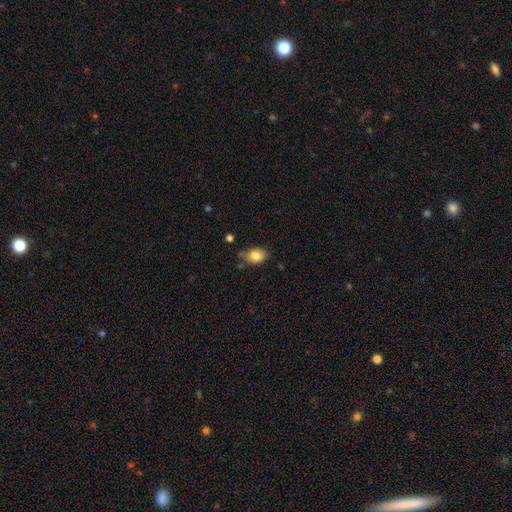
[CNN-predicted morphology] Overall: smooth (84%). How rounded: in between (71%). Merging: none (70%).